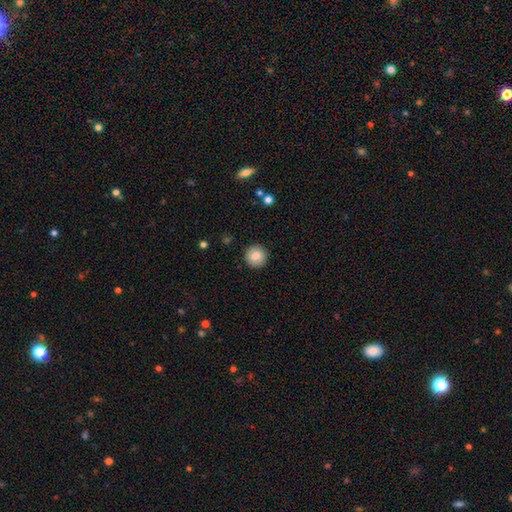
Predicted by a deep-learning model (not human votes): This appears to be a smooth galaxy with no disk features (84%) that is round (95%). Merging: none (92%).